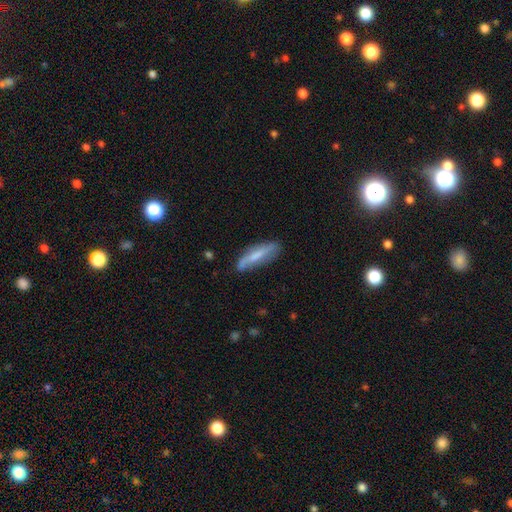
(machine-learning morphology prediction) Smooth or featured? Predicted: smooth (p=0.56). How rounded? Predicted: cigar-shaped (p=0.65). Merging? Predicted: none (p=0.70).